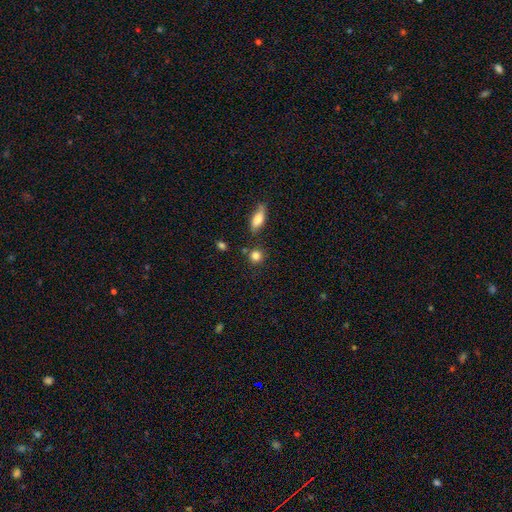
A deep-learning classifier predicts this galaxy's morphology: Smooth or featured?
  - smooth: 83% *
  - star or artifact: 10%
  - featured or disk: 6%
How rounded?
  - round: 86% *
  - in between: 12%
  - cigar-shaped: 2%
Merging?
  - none: 76% *
  - minor disturbance: 11%
  - merger: 10%
  - major disturbance: 4%